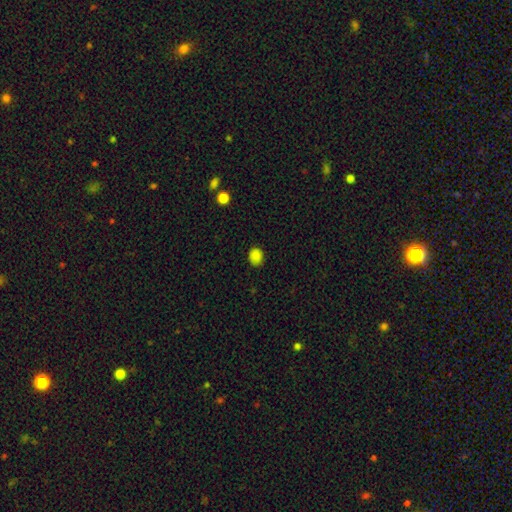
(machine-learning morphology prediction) smooth-or-featured: smooth: 85% | star or artifact: 11% | featured or disk: 4%
  how-rounded: round: 58% | in between: 41% | cigar-shaped: 1%
  merging: none: 84% | minor disturbance: 13% | major disturbance: 3% | merger: 1%